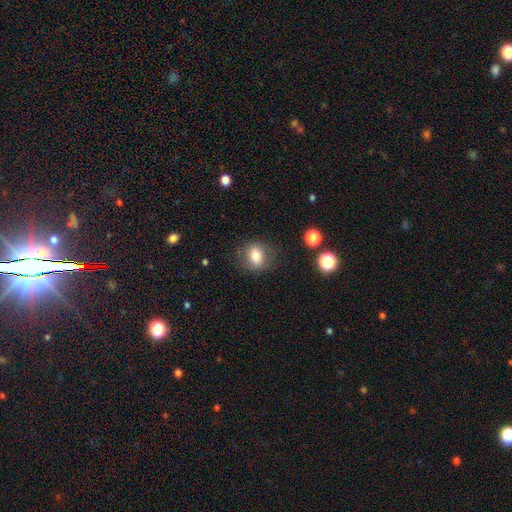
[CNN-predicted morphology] Smooth or featured: smooth — 75% (featured or disk — 15%)
How rounded: round — 60% (in between — 39%)
Merging: none — 80% (minor disturbance — 13%)